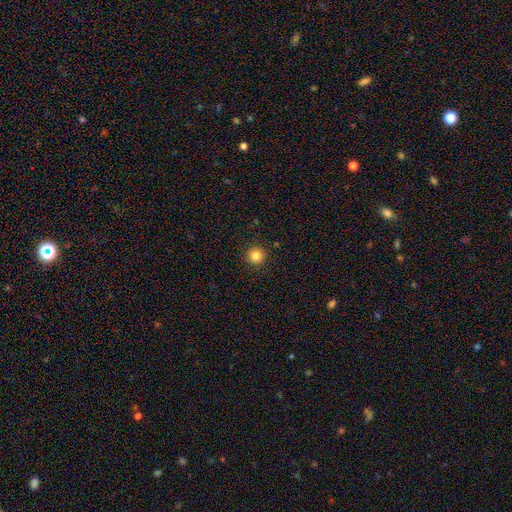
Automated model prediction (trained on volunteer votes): smooth_or_featured: smooth (p=0.84) [alt: star or artifact p=0.12]
how_rounded: round (p=0.95) [alt: in between p=0.04]
merging: none (p=0.91) [alt: minor disturbance p=0.06]